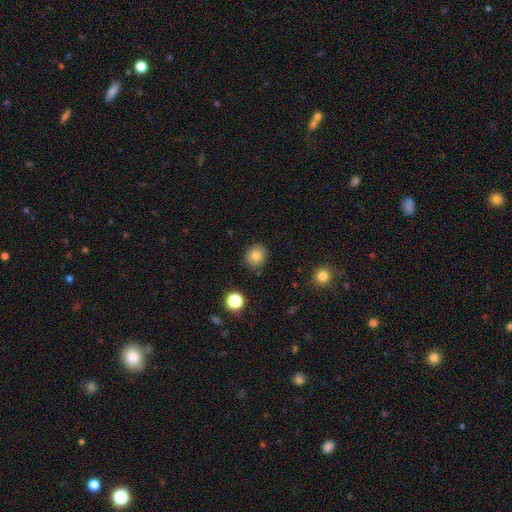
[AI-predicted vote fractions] Smooth or featured? smooth (79%)
How rounded? round (83%)
Merging? none (87%)